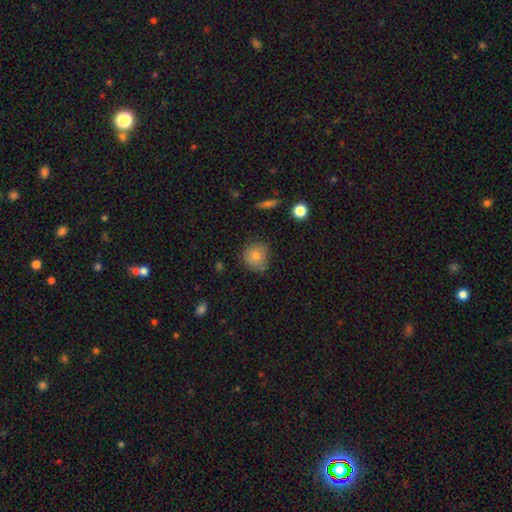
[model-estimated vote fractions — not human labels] Q: Smooth or featured?
A: smooth (76%); runner-up: featured or disk (14%)
Q: How rounded?
A: round (87%); runner-up: in between (12%)
Q: Merging?
A: none (71%); runner-up: minor disturbance (23%)